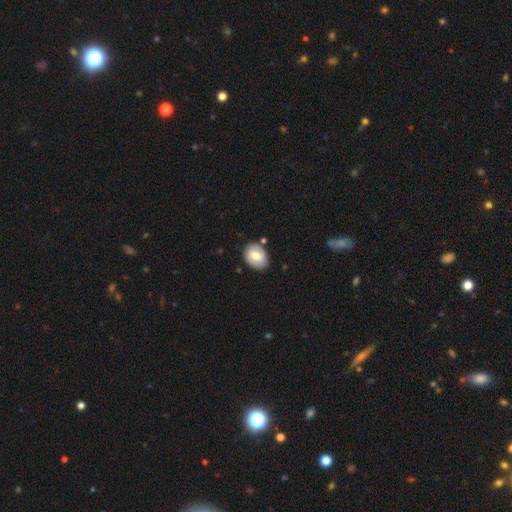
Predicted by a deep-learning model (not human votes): smooth_or_featured: smooth (p=0.66) [alt: featured or disk p=0.27]
how_rounded: in between (p=0.58) [alt: round p=0.41]
merging: none (p=0.78) [alt: minor disturbance p=0.14]